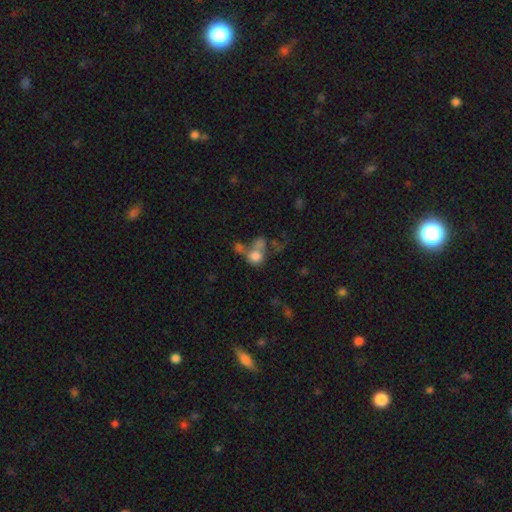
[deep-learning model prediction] A smooth galaxy with no disk features (70%) that is round (74%).

Vote fractions:
- Smooth or featured? smooth: 70% / featured or disk: 17% / star or artifact: 13%
- How rounded? round: 74% / in between: 25% / cigar-shaped: 1%
- Merging? merger: 48% / none: 29% / major disturbance: 14% / minor disturbance: 10%